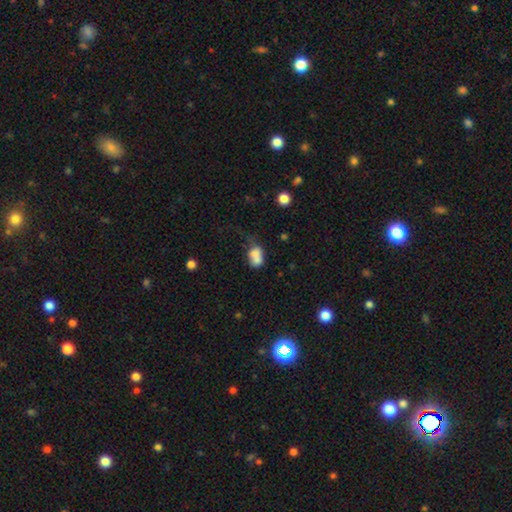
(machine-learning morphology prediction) This is likely a smooth galaxy (72%). How rounded: likely in between (74%). Merging: marginally merger (40%).